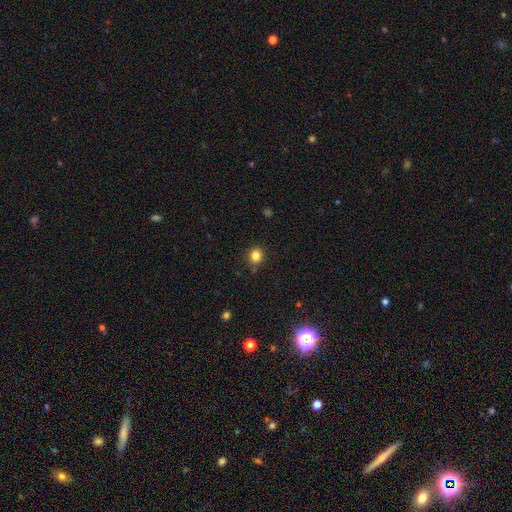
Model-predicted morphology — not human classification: Q: Smooth or featured?
A: smooth (83%); runner-up: star or artifact (13%)
Q: How rounded?
A: round (86%); runner-up: in between (13%)
Q: Merging?
A: none (83%); runner-up: minor disturbance (12%)